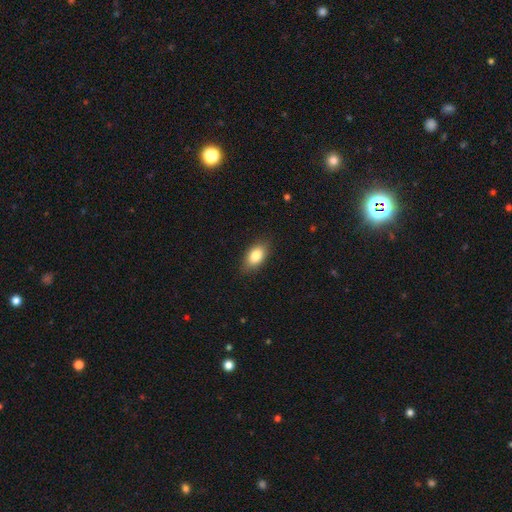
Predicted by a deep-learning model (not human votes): A smooth galaxy with no disk features (84%) that is in between round and cigar-shaped (89%).

Vote fractions:
- Smooth or featured? smooth: 84% / featured or disk: 9% / star or artifact: 7%
- How rounded? in between: 89% / round: 8% / cigar-shaped: 3%
- Merging? none: 84% / minor disturbance: 12% / major disturbance: 3% / merger: 1%